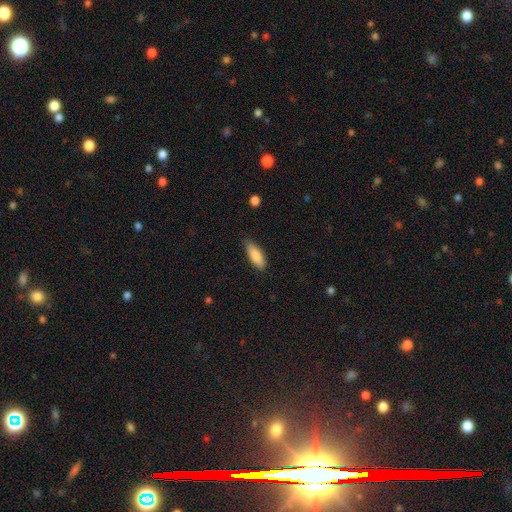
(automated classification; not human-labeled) Overall: smooth (86%). How rounded: in between (65%; cigar-shaped 33%). Merging: none (80%).